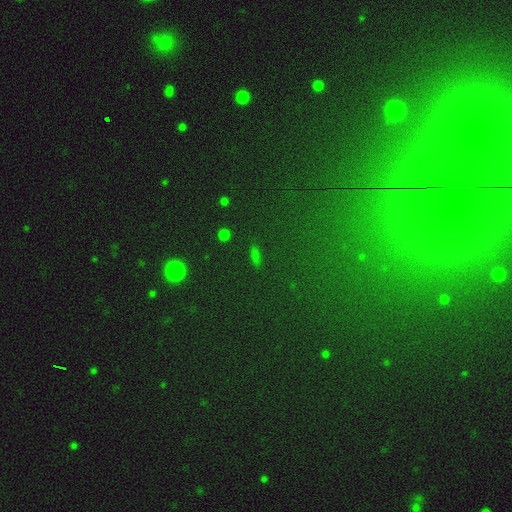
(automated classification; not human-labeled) Smooth or featured?
  - smooth: 50% *
  - star or artifact: 40%
  - featured or disk: 10%
How rounded?
  - in between: 47% *
  - cigar-shaped: 34%
  - round: 19%
Merging?
  - none: 86% *
  - minor disturbance: 8%
  - major disturbance: 3%
  - merger: 3%